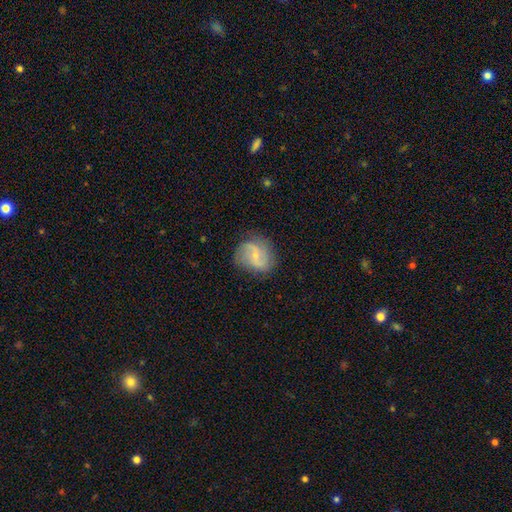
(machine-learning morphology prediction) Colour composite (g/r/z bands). It shows a featured or disk galaxy (67%) with a weak bar (49%), 2 (80%) loose (45%) spiral arms (88%) and a small central bulge (70%). Merging: none (75%).